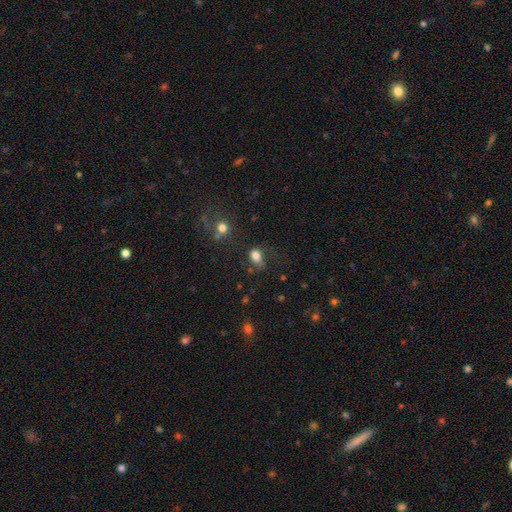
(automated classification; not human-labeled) The model was most divided on "merging": none: 50%, minor disturbance: 26%, major disturbance: 18%, merger: 6%. More confident: smooth or featured — smooth (80%); how rounded — in between (73%).